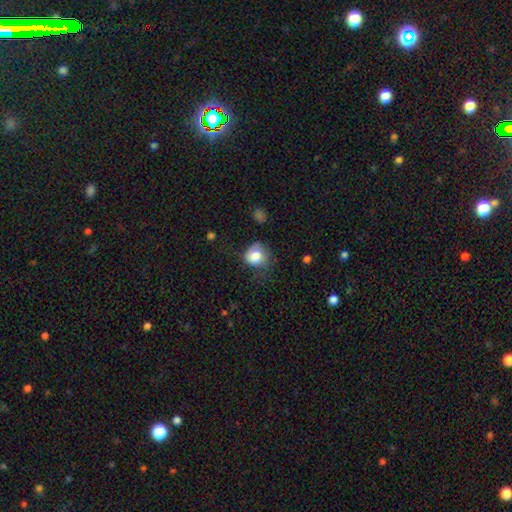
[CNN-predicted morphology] smooth_or_featured: smooth (p=0.80) [alt: featured or disk p=0.11]
how_rounded: round (p=0.77) [alt: in between p=0.22]
merging: none (p=0.47) [alt: minor disturbance p=0.31]